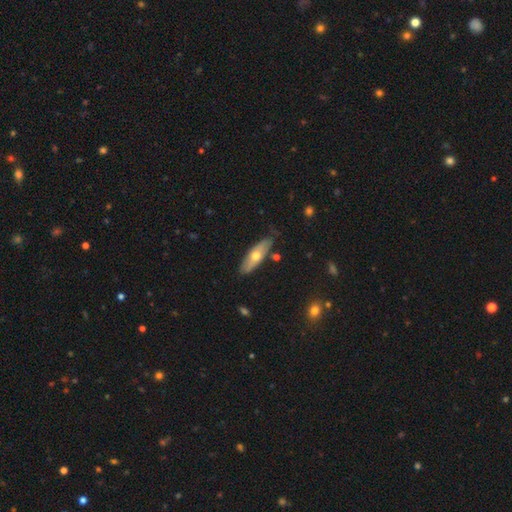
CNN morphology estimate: The model was most divided on "smooth or featured": smooth: 49%, featured or disk: 45%, star or artifact: 6%. More confident: merging — none (80%).